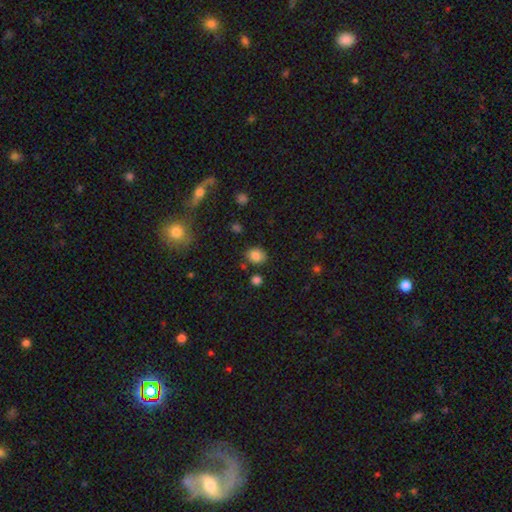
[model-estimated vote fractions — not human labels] smooth_or_featured: smooth (p=0.83) [alt: star or artifact p=0.10]
how_rounded: round (p=0.59) [alt: in between p=0.40]
merging: none (p=0.82) [alt: minor disturbance p=0.11]